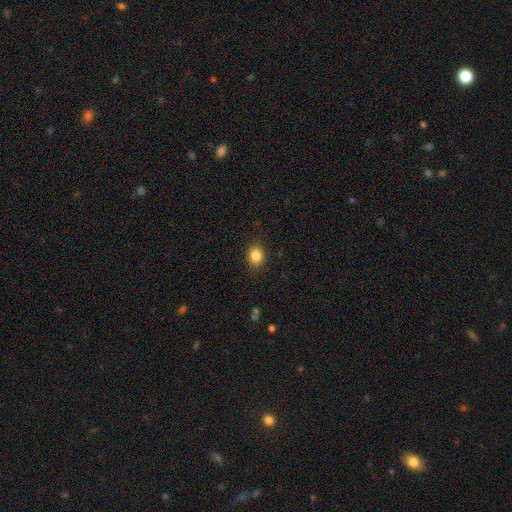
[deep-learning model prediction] smooth 85%, star or artifact 10%, featured or disk 5%. Down the decision tree: how rounded — round (64%); merging — none (88%).